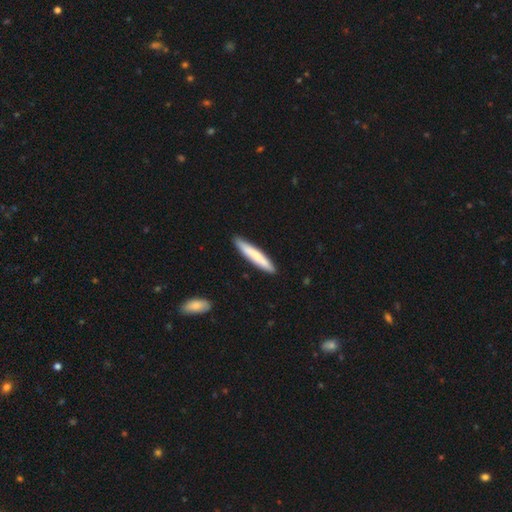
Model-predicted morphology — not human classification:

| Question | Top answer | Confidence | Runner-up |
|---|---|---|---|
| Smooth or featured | smooth | 72% | featured or disk (23%) |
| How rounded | cigar-shaped | 93% | in between (6%) |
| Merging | none | 88% | minor disturbance (9%) |